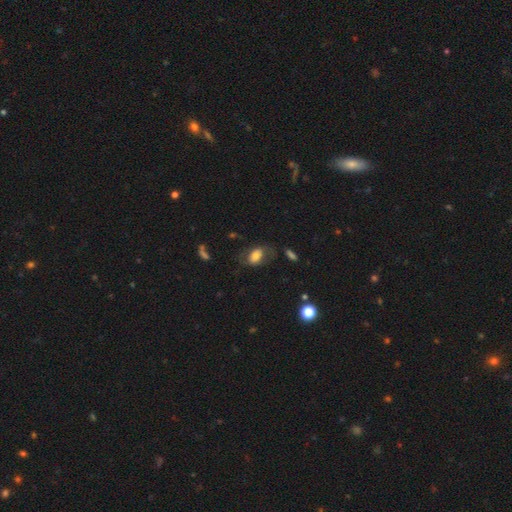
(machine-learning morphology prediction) This is likely a smooth galaxy (63%). How rounded: clearly in between (87%). Merging: possibly none (56%).